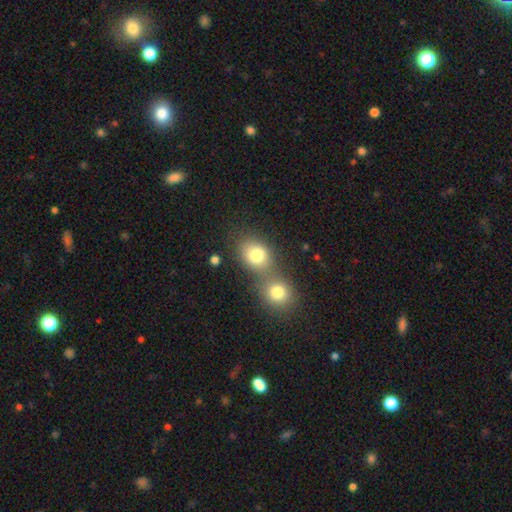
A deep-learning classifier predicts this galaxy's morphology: This appears to be a smooth galaxy with no disk features (79%) that is in between round and cigar-shaped (52%). Merging: merger (57%).